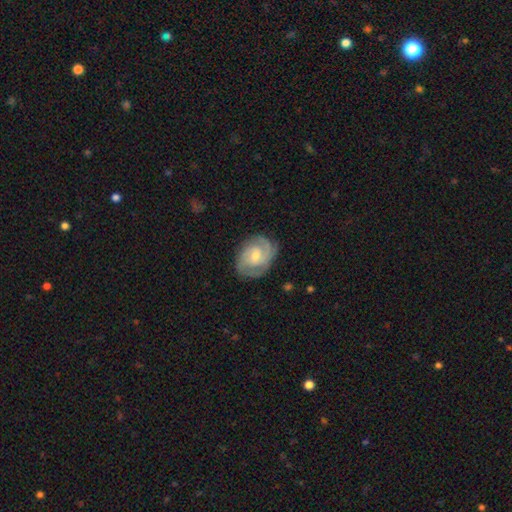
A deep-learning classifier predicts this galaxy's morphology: featured or disk 77%, smooth 17%, star or artifact 5%. Down the decision tree: edge-on disk — no (97%); bar — no (47%); spiral arms — yes (94%); spiral arm count — 2 (45%); spiral winding — tight (55%); bulge size — moderate (48%); merging — none (76%).